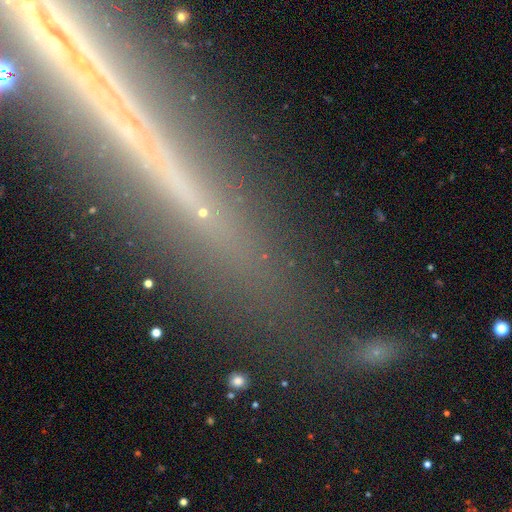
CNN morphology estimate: Smooth or featured?
  - featured or disk: 49% *
  - star or artifact: 30%
  - smooth: 21%
Merging?
  - none: 73% *
  - minor disturbance: 14%
  - major disturbance: 7%
  - merger: 5%